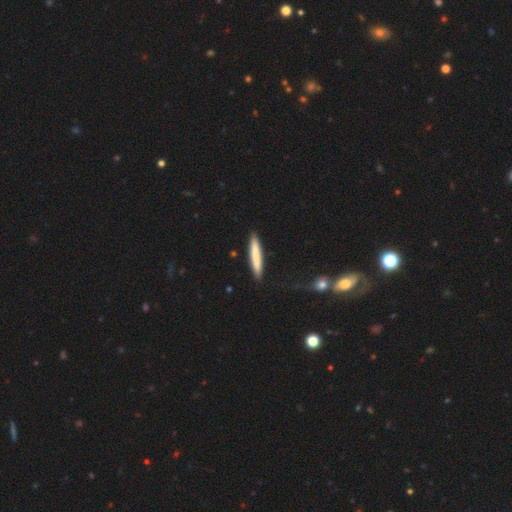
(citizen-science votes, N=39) Smooth or featured? smooth (64%)
How rounded? cigar-shaped (92%)
Merging? none (83%)